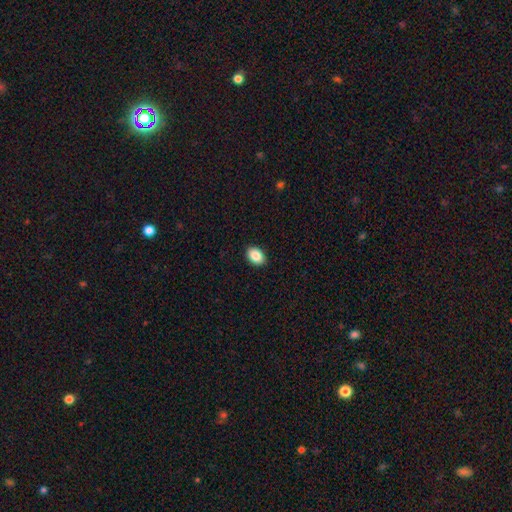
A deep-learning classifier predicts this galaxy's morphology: A smooth galaxy with no disk features (88%) that is in between round and cigar-shaped (80%). Merging: none (91%).